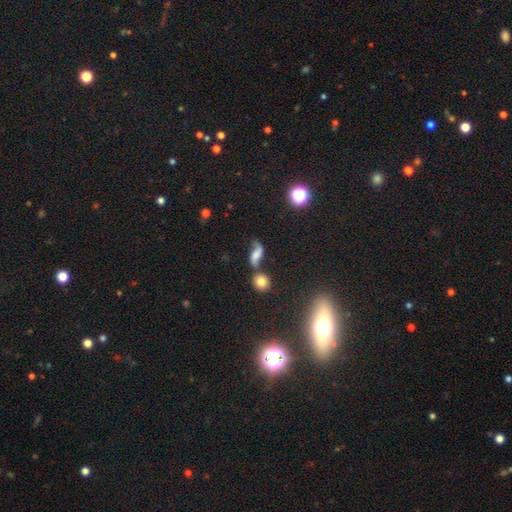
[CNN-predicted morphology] Smooth or featured: featured or disk — 47% (smooth — 38%)
Merging: none — 44% (merger — 26%)